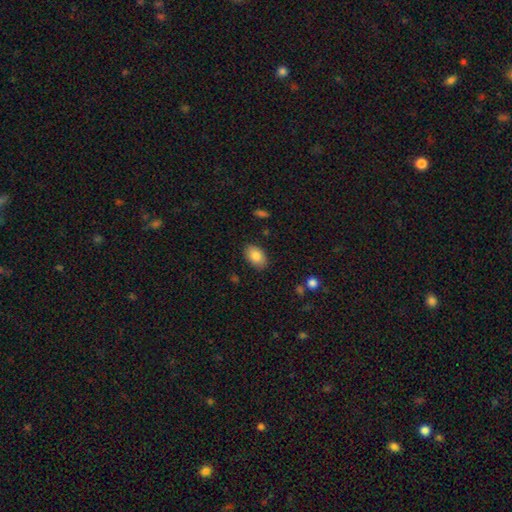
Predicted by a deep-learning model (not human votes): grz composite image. It shows a smooth galaxy with no disk features (86%) that is in between round and cigar-shaped (89%). Merging: none (86%).